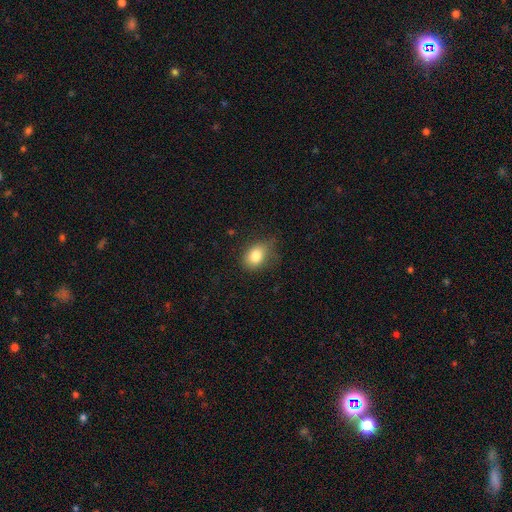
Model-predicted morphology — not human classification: A smooth galaxy with no disk features (80%) that is in between round and cigar-shaped (63%). Merging: none (61%).